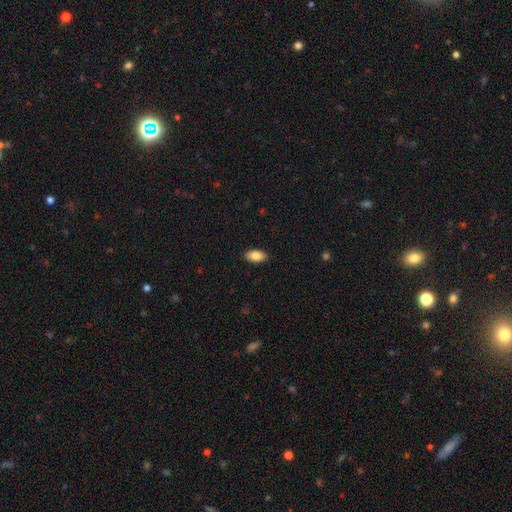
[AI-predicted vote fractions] Overall: smooth (85%). How rounded: in between (92%). Merging: none (89%).